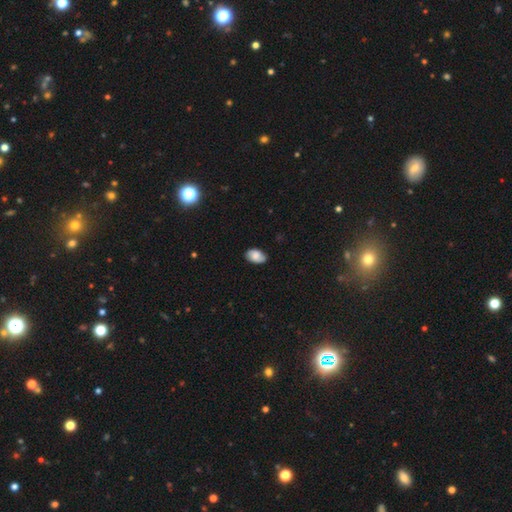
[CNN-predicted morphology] Smooth or featured? smooth (72%)
How rounded? in between (90%)
Merging? none (82%)